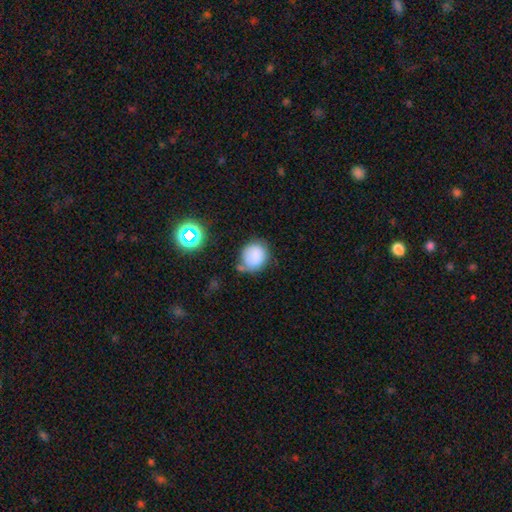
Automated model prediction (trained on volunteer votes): Smooth or featured? smooth (81%)
How rounded? round (68%)
Merging? none (53%)